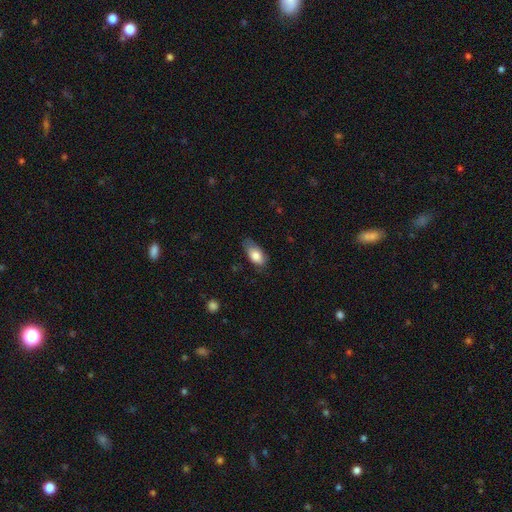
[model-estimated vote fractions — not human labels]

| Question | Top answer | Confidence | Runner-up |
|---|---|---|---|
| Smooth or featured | smooth | 81% | featured or disk (12%) |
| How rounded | in between | 91% | cigar-shaped (5%) |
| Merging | none | 58% | minor disturbance (33%) |